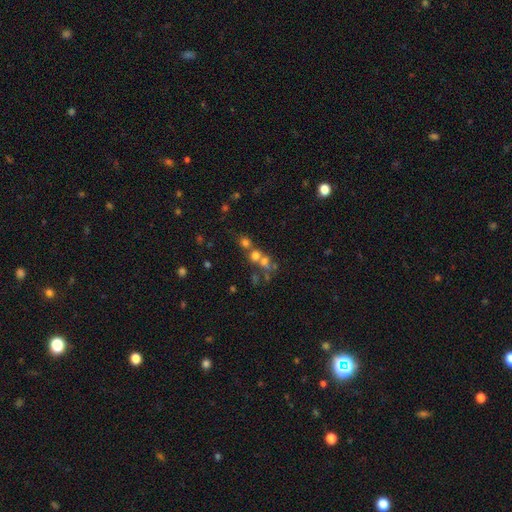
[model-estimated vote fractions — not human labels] Smooth or featured? Predicted: smooth (p=0.56). How rounded? Predicted: round (p=0.81). Merging? Predicted: merger (p=0.51).